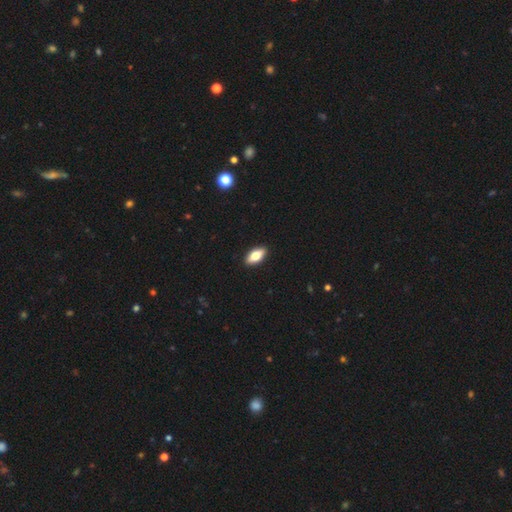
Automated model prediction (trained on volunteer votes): This appears to be a smooth galaxy with no disk features (71%) that is in between round and cigar-shaped (84%). Merging: none (91%).